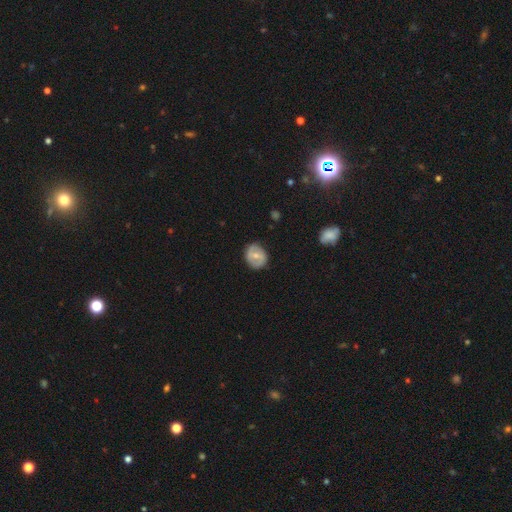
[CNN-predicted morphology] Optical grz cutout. It shows a featured or disk galaxy (54%) with a weak bar (44%), spiral arms (50%, tied with no) and a moderate central bulge (58%). Merging: none (82%).